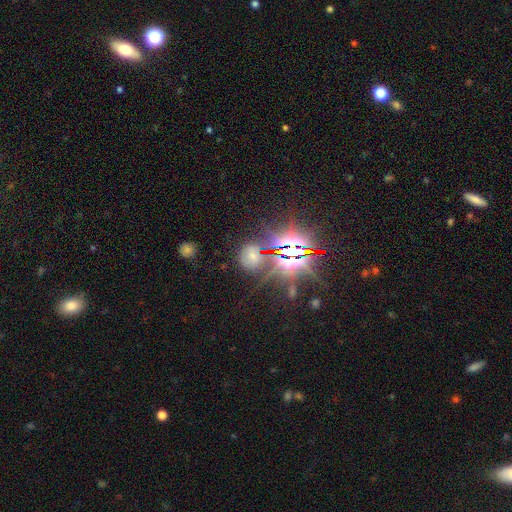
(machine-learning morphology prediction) Overall: star or artifact (64%).